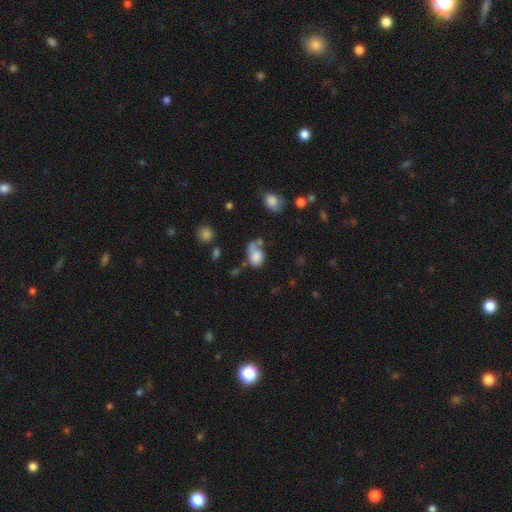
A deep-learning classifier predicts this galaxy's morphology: Smooth or featured?
  - smooth: 77% *
  - featured or disk: 13%
  - star or artifact: 10%
How rounded?
  - in between: 78% *
  - round: 21%
  - cigar-shaped: 2%
Merging?
  - none: 33% *
  - merger: 25%
  - minor disturbance: 24%
  - major disturbance: 18%